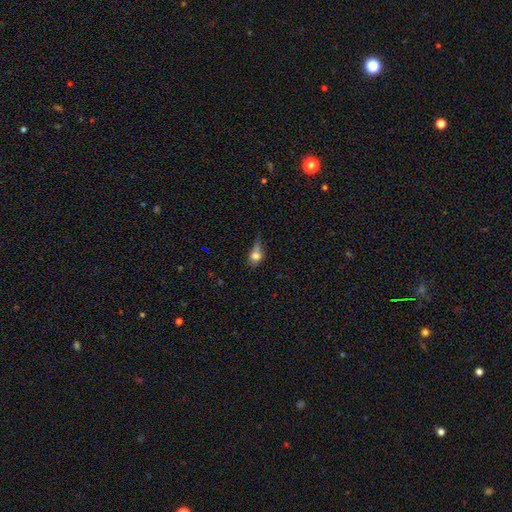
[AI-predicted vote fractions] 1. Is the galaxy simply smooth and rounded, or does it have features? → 70% smooth, 17% featured or disk, 13% star or artifact.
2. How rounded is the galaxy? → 51% in between, 43% round, 6% cigar-shaped.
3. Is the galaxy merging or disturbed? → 33% minor disturbance, 29% none, 29% major disturbance, 10% merger.